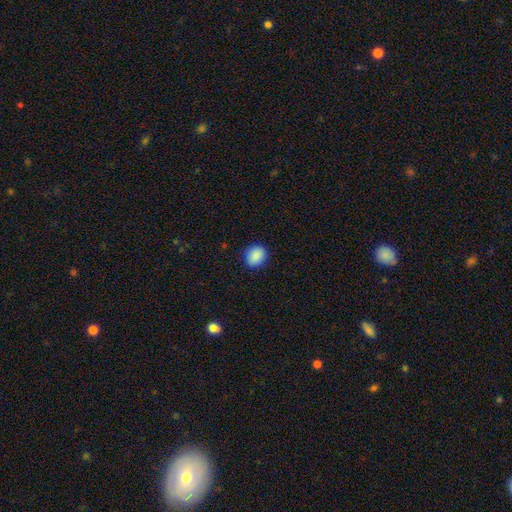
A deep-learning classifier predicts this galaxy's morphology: Smooth or featured: smooth — 89% (star or artifact — 8%)
How rounded: round — 71% (in between — 29%)
Merging: none — 88% (minor disturbance — 9%)